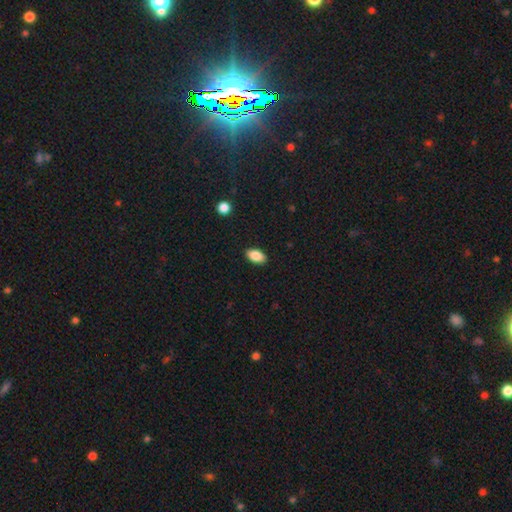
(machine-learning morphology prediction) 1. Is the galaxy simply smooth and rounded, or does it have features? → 87% smooth, 8% star or artifact, 5% featured or disk.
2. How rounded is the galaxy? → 93% in between, 5% round, 3% cigar-shaped.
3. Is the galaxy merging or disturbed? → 89% none, 8% minor disturbance, 2% major disturbance, 1% merger.